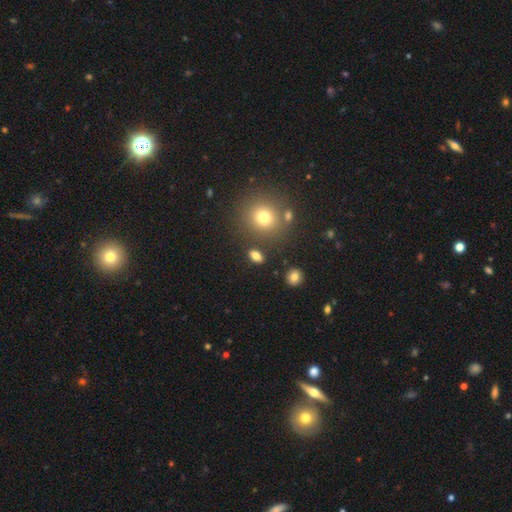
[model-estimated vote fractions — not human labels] Q: Smooth or featured?
A: smooth (79%); runner-up: star or artifact (13%)
Q: How rounded?
A: in between (78%); runner-up: round (18%)
Q: Merging?
A: none (82%); runner-up: minor disturbance (9%)